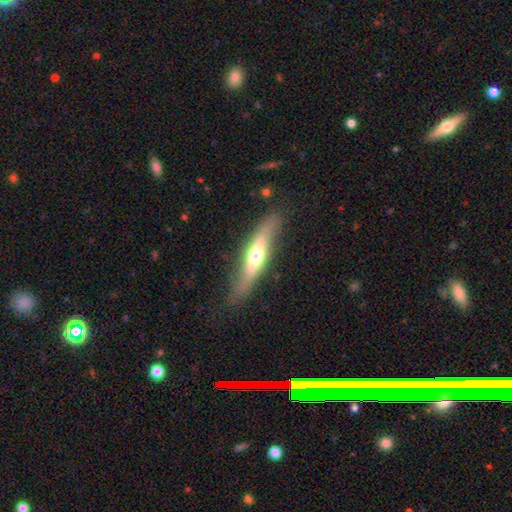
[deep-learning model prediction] This is possibly a featured or disk galaxy (58%). It is clearly viewed edge-on (82%). Merging: likely none (80%).